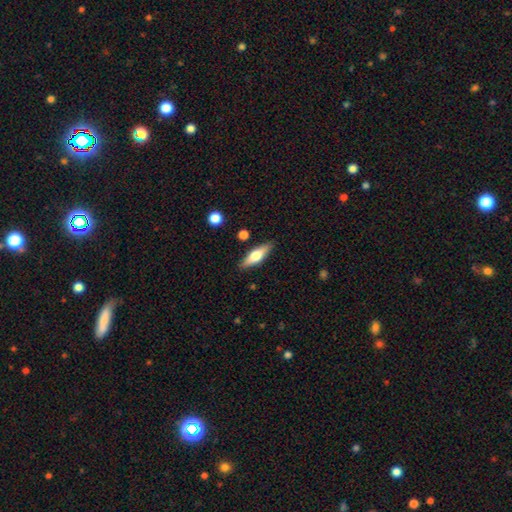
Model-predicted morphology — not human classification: Q: Smooth or featured?
A: smooth (52%); runner-up: featured or disk (42%)
Q: How rounded?
A: cigar-shaped (50%); runner-up: in between (48%)
Q: Merging?
A: none (86%); runner-up: minor disturbance (10%)